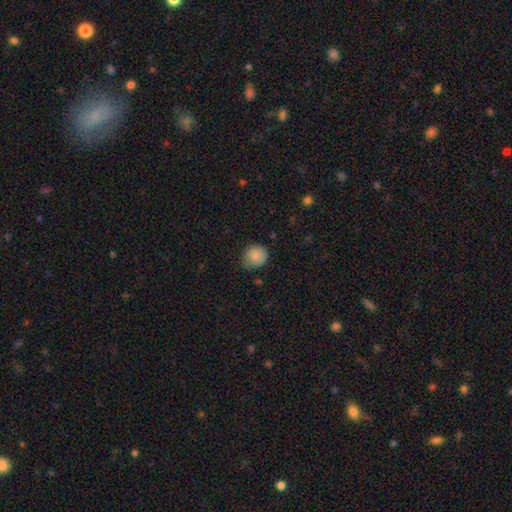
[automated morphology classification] smooth_or_featured: smooth (p=0.85) [alt: star or artifact p=0.08]
how_rounded: round (p=0.81) [alt: in between p=0.19]
merging: none (p=0.69) [alt: minor disturbance p=0.25]